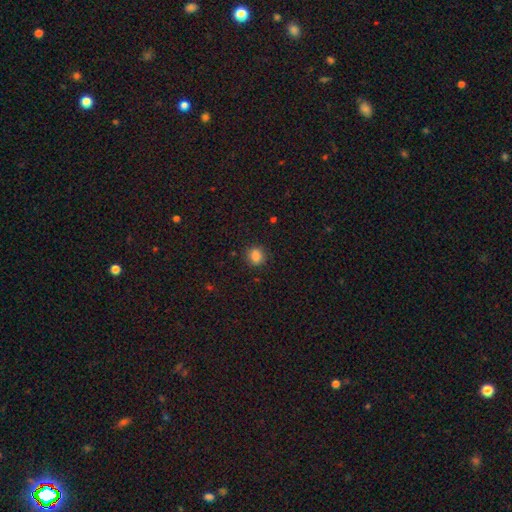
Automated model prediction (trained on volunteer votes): Smooth or featured? Predicted: smooth (p=0.84). How rounded? Predicted: round (p=0.58). Merging? Predicted: none (p=0.85).